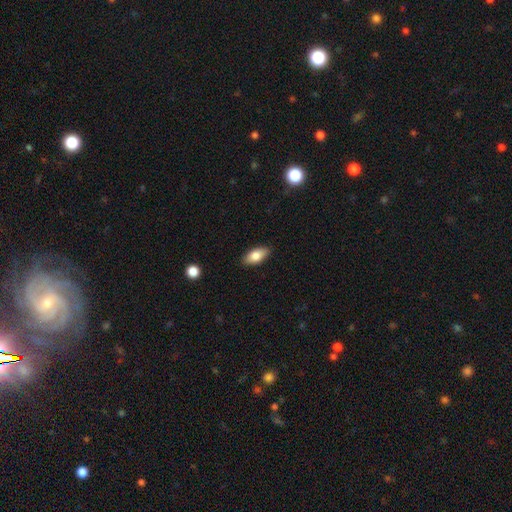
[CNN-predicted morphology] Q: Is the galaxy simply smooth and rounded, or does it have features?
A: smooth — 81%.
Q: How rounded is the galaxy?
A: in between — 89%.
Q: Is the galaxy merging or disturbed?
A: none — 88%.